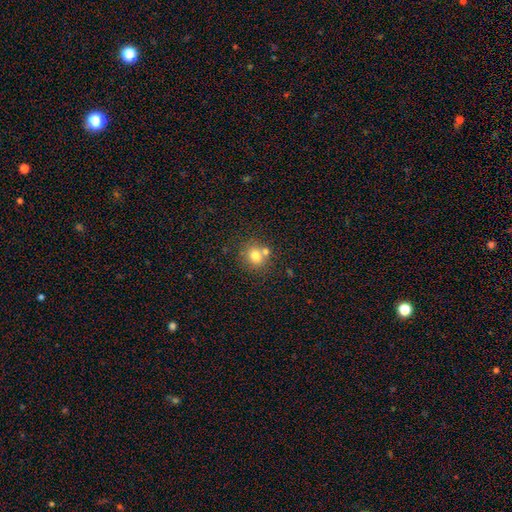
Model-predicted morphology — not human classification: A smooth galaxy with no disk features (76%) that is round (81%).

Vote fractions:
- Smooth or featured? smooth: 76% / star or artifact: 13% / featured or disk: 11%
- How rounded? round: 81% / in between: 18% / cigar-shaped: 1%
- Merging? none: 63% / merger: 24% / minor disturbance: 10% / major disturbance: 3%